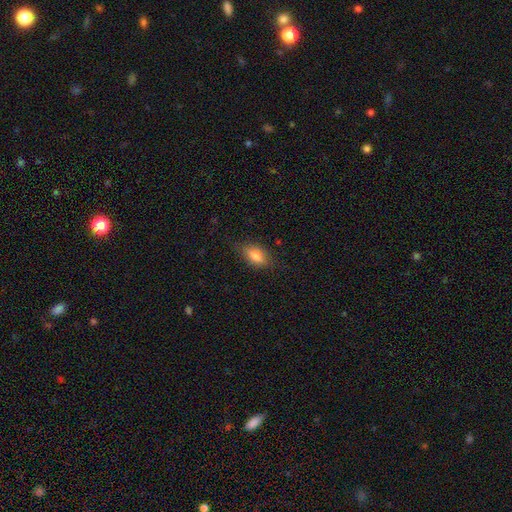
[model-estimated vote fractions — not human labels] The model was most divided on "smooth or featured": smooth: 73%, featured or disk: 19%, star or artifact: 8%. More confident: how rounded — in between (82%); merging — none (78%).